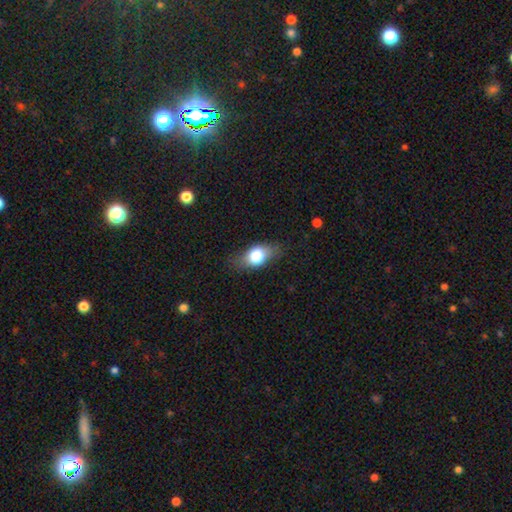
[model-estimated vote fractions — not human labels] This is likely a smooth galaxy (70%). How rounded: likely in between (78%). Merging: likely none (74%).